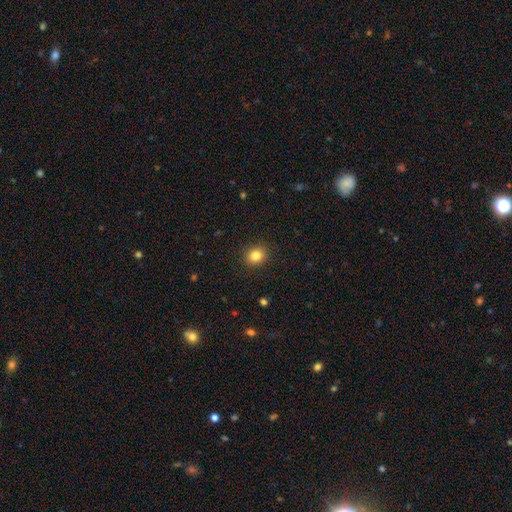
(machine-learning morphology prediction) Smooth or featured: smooth — 84% (star or artifact — 11%)
How rounded: round — 68% (in between — 31%)
Merging: none — 90% (minor disturbance — 7%)